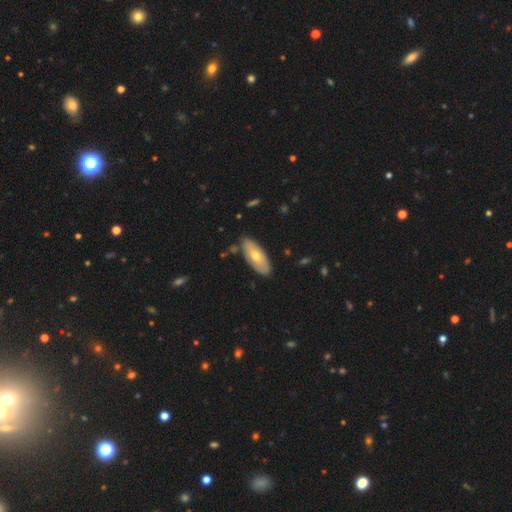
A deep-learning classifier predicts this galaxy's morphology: Smooth or featured?
  - smooth: 56% *
  - featured or disk: 38%
  - star or artifact: 6%
How rounded?
  - in between: 79% *
  - cigar-shaped: 18%
  - round: 2%
Merging?
  - none: 81% *
  - minor disturbance: 14%
  - major disturbance: 3%
  - merger: 2%